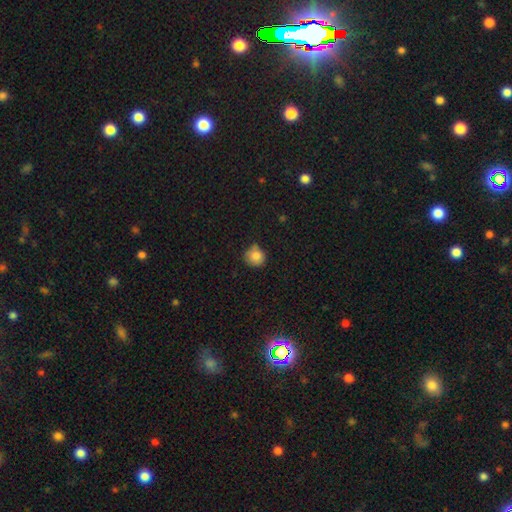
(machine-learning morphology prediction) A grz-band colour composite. It shows a smooth galaxy with no disk features (83%) that is round (89%). Merging: none (67%).